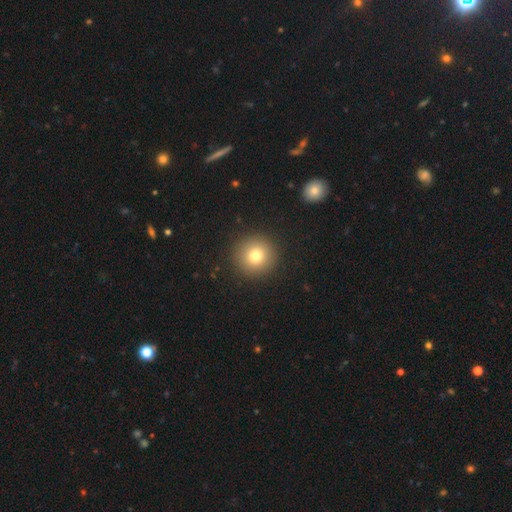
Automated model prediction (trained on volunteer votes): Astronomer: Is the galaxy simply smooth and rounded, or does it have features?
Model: smooth — 78%.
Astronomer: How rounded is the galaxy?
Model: round — 95%.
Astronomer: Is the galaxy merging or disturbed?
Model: none — 92%.